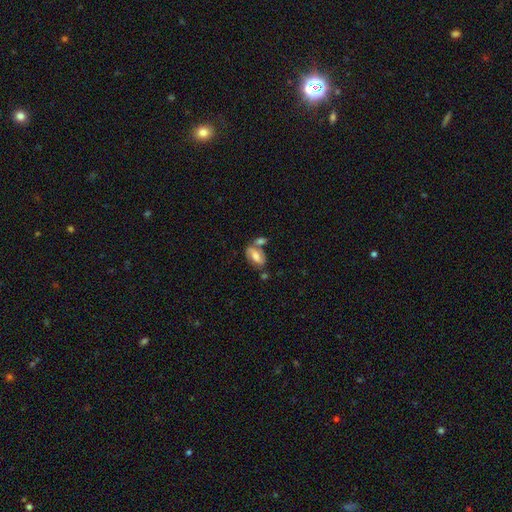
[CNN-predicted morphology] type=smooth (51%); roundness=in between (89%); merging=none (46%).